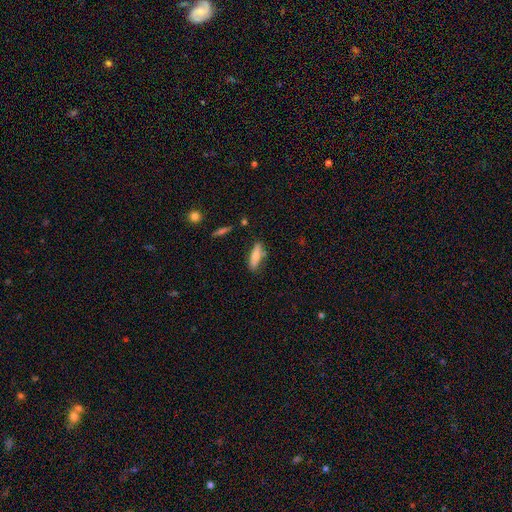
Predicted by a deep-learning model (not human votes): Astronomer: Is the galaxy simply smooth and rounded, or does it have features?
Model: smooth — 67%.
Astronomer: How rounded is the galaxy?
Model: in between — 55% (runner-up: cigar-shaped, 42%).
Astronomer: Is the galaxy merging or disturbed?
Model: none — 73%.